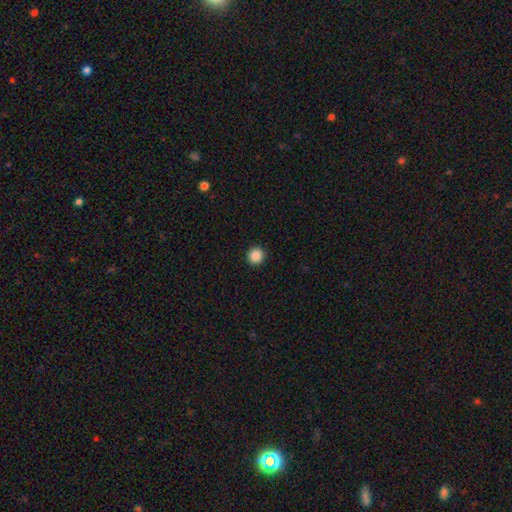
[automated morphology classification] The model was most divided on "smooth or featured": smooth: 87%, star or artifact: 10%, featured or disk: 3%. More confident: how rounded — round (95%); merging — none (93%).